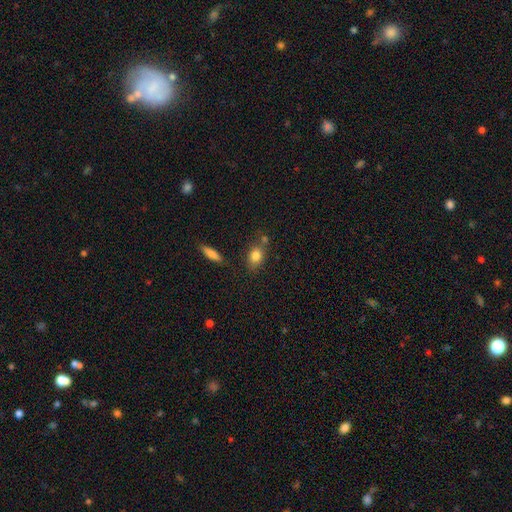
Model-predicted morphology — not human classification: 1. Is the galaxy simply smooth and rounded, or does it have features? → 82% smooth, 9% featured or disk, 9% star or artifact.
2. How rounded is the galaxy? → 66% in between, 31% round, 3% cigar-shaped.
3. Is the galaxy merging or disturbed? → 67% none, 15% minor disturbance, 13% merger, 4% major disturbance.